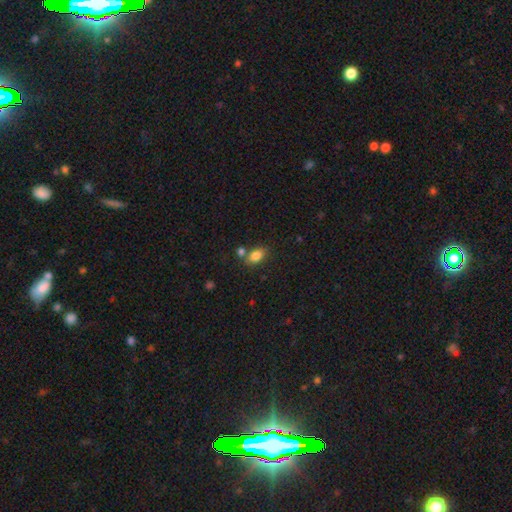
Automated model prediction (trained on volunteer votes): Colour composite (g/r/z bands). It shows a smooth galaxy with no disk features (83%) that is in between round and cigar-shaped (81%). Merging: none (64%).